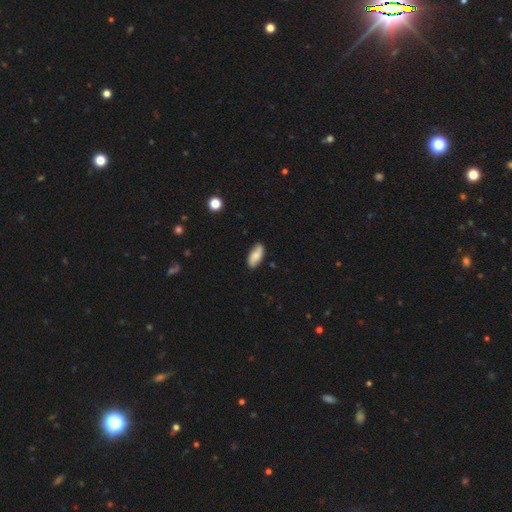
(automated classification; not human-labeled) Smooth or featured? smooth (76%)
How rounded? in between (85%)
Merging? none (80%)